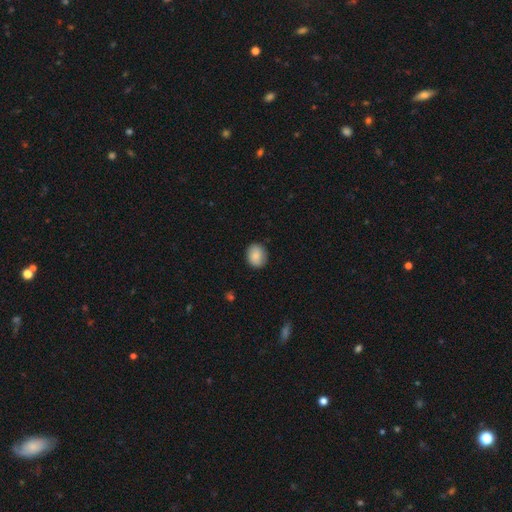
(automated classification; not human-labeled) A smooth galaxy with no disk features (86%) that is round (57%). Merging: none (86%).